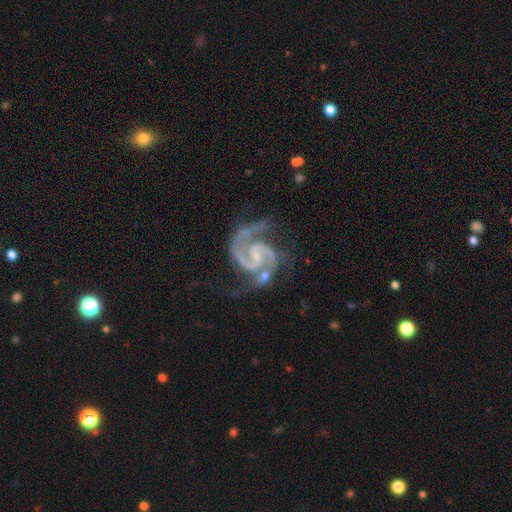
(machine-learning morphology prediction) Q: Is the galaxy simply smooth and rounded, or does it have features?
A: featured or disk — 94%.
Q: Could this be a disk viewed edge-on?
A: no — 98%.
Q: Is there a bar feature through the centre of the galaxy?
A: weak — 48%.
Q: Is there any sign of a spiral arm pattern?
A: yes — 99%.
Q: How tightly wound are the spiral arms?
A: medium — 64%.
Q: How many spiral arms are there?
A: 2 — 91%.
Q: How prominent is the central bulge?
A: small — 64%.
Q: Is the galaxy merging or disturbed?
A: none — 54%.